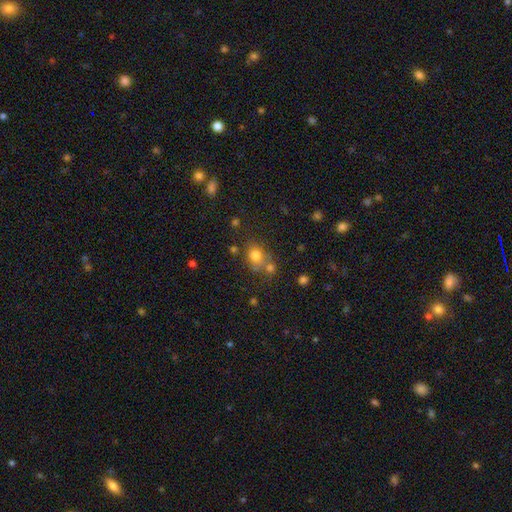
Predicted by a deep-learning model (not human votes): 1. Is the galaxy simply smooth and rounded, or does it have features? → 74% smooth, 15% star or artifact, 12% featured or disk.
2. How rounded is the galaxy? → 66% round, 33% in between, 1% cigar-shaped.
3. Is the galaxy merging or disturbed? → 52% none, 26% merger, 15% minor disturbance, 7% major disturbance.